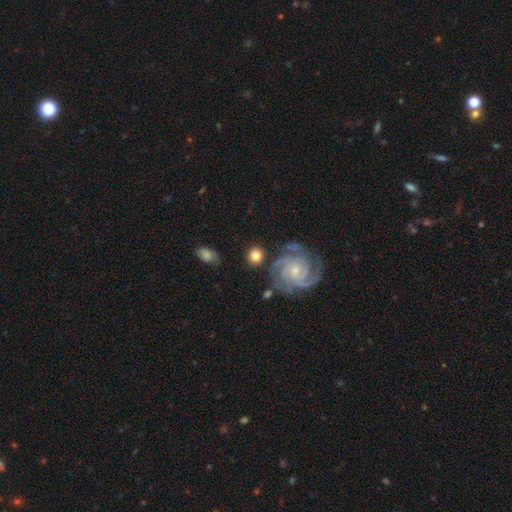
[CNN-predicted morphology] Smooth or featured: smooth — 61% (featured or disk — 32%)
How rounded: round — 83% (in between — 15%)
Merging: none — 79% (minor disturbance — 11%)